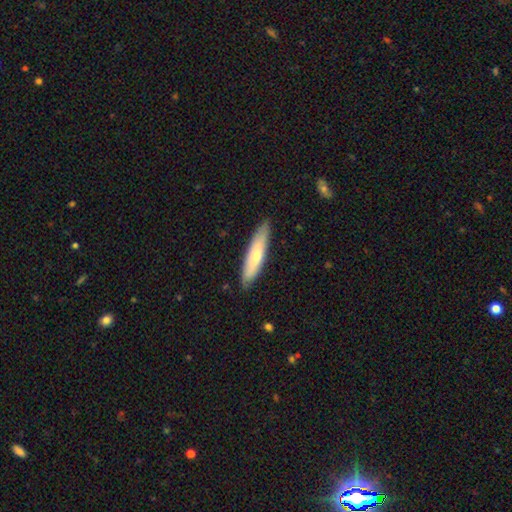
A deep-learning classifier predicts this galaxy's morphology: Smooth or featured?
  - smooth: 64% *
  - featured or disk: 31%
  - star or artifact: 5%
How rounded?
  - cigar-shaped: 79% *
  - in between: 19%
  - round: 1%
Merging?
  - none: 86% *
  - minor disturbance: 11%
  - major disturbance: 2%
  - merger: 1%